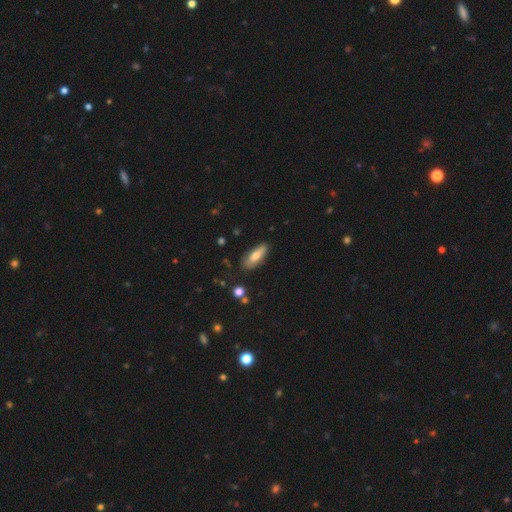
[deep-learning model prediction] smooth 75%, featured or disk 19%, star or artifact 6%. Down the decision tree: how rounded — in between (61%); merging — none (79%).